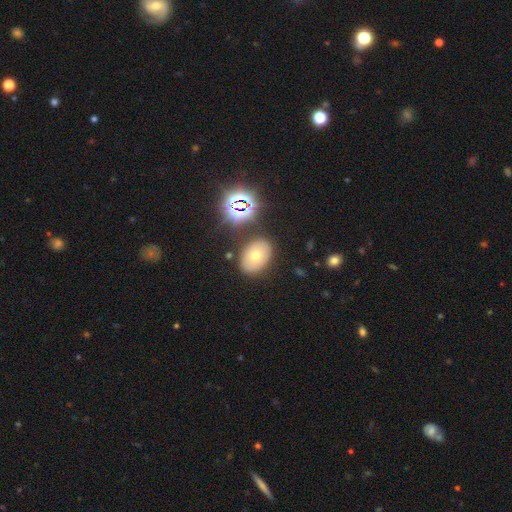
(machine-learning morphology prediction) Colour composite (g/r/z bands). It shows a smooth galaxy with no disk features (59%) that is in between round and cigar-shaped (77%). Merging: none (83%).